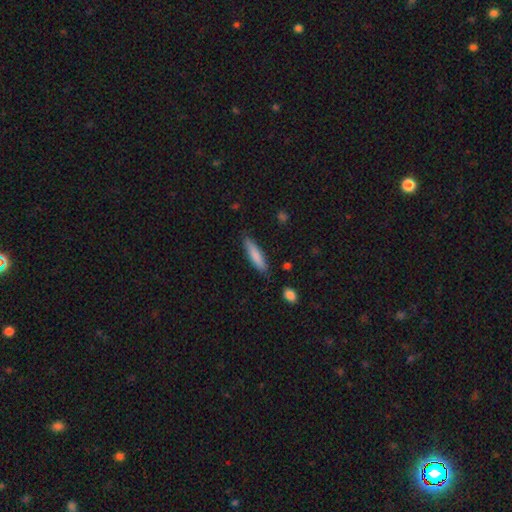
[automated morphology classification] Smooth or featured?
  - smooth: 82% *
  - featured or disk: 13%
  - star or artifact: 6%
How rounded?
  - cigar-shaped: 80% *
  - in between: 19%
  - round: 1%
Merging?
  - none: 84% *
  - minor disturbance: 12%
  - major disturbance: 2%
  - merger: 2%